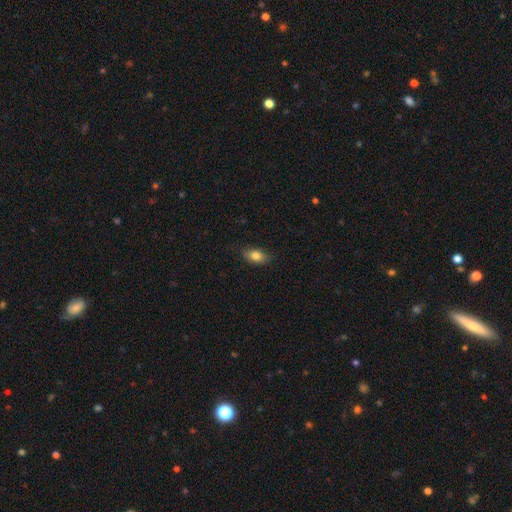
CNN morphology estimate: A smooth galaxy with no disk features (81%) that is in between round and cigar-shaped (87%).

Vote fractions:
- Smooth or featured? smooth: 81% / featured or disk: 10% / star or artifact: 8%
- How rounded? in between: 87% / round: 9% / cigar-shaped: 4%
- Merging? none: 83% / minor disturbance: 14% / major disturbance: 3% / merger: 1%